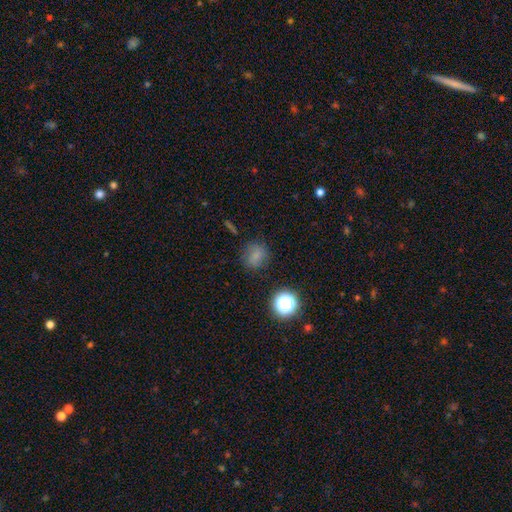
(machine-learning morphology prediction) Q: Smooth or featured?
A: smooth (72%); runner-up: star or artifact (19%)
Q: How rounded?
A: round (77%); runner-up: in between (22%)
Q: Merging?
A: none (78%); runner-up: minor disturbance (15%)